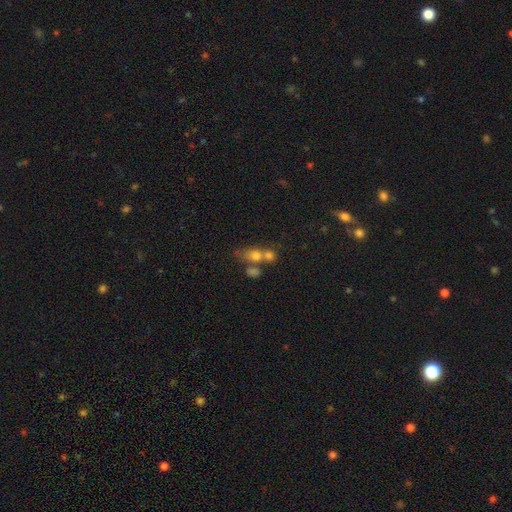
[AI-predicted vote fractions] Smooth or featured? smooth (69%)
How rounded? in between (56%)
Merging? merger (50%)